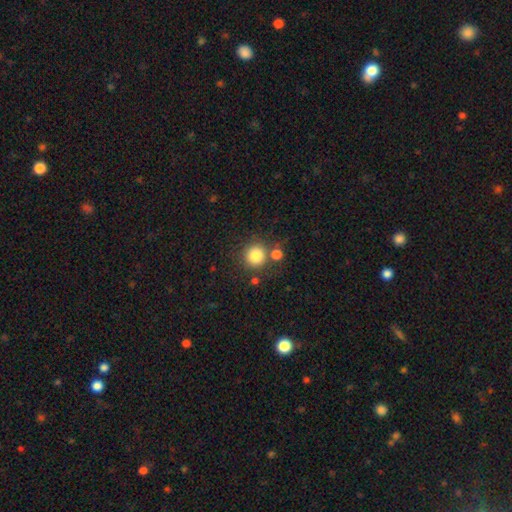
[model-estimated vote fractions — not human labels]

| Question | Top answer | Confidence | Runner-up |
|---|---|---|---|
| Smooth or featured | smooth | 83% | star or artifact (11%) |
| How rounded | round | 93% | in between (6%) |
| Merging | none | 73% | merger (14%) |